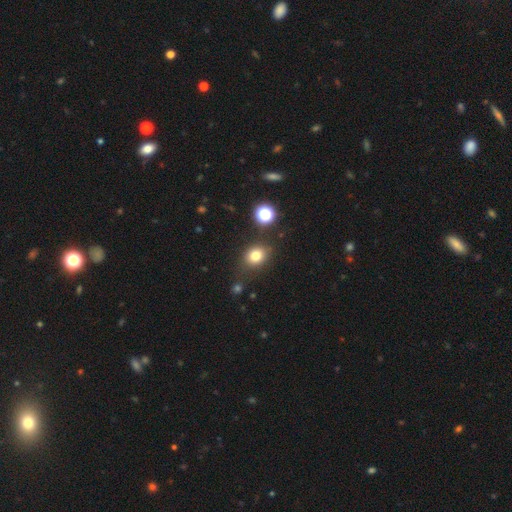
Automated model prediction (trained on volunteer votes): smooth_or_featured: smooth (p=0.78) [alt: star or artifact p=0.14]
how_rounded: round (p=0.52) [alt: in between p=0.47]
merging: none (p=0.78) [alt: minor disturbance p=0.14]